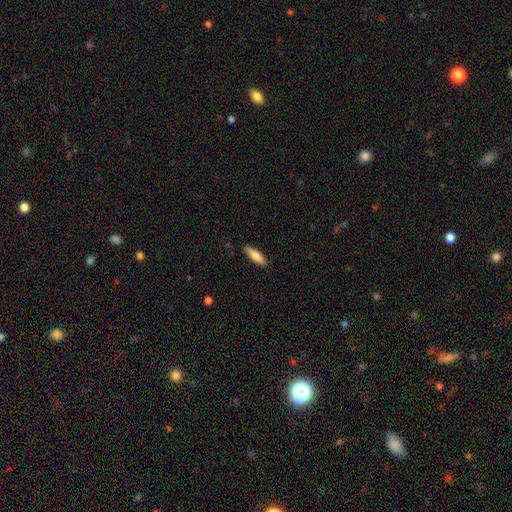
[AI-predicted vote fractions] Q: Smooth or featured?
A: smooth (78%); runner-up: featured or disk (17%)
Q: How rounded?
A: cigar-shaped (57%); runner-up: in between (41%)
Q: Merging?
A: none (88%); runner-up: minor disturbance (9%)